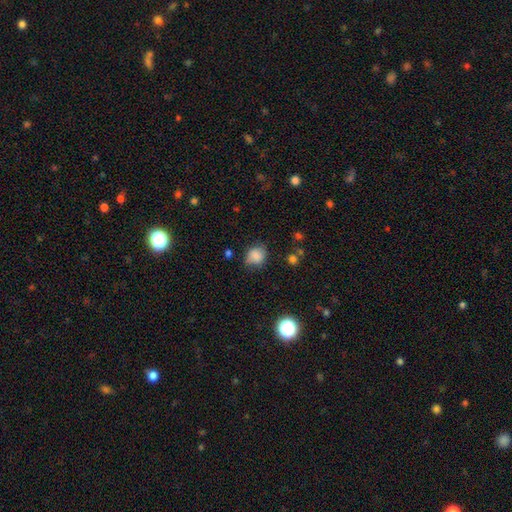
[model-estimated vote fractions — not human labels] smooth_or_featured: smooth (p=0.81) [alt: star or artifact p=0.11]
how_rounded: round (p=0.60) [alt: in between p=0.39]
merging: none (p=0.65) [alt: minor disturbance p=0.26]